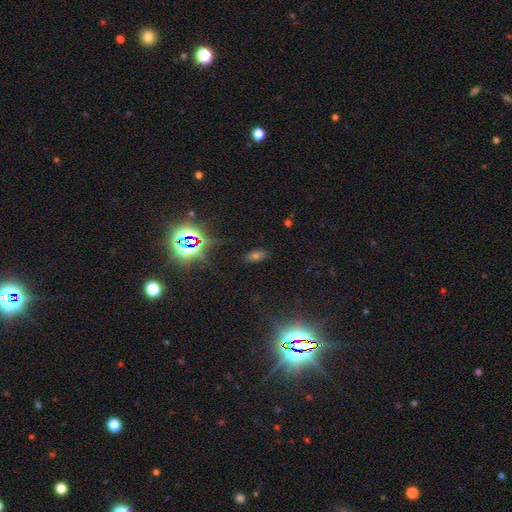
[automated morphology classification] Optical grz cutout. It shows a star or artifact, not a galaxy (45%).